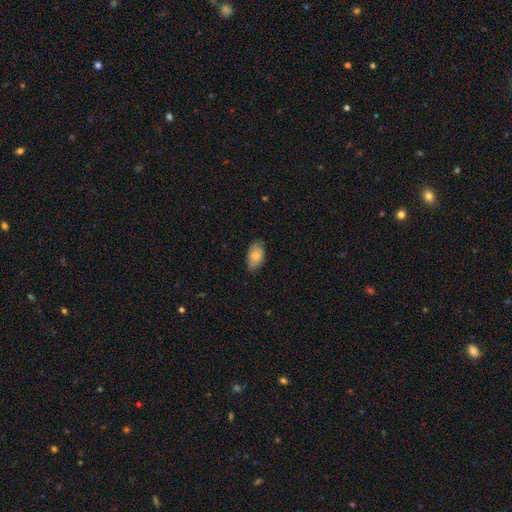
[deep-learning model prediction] Smooth or featured? smooth (79%)
How rounded? in between (93%)
Merging? none (76%)